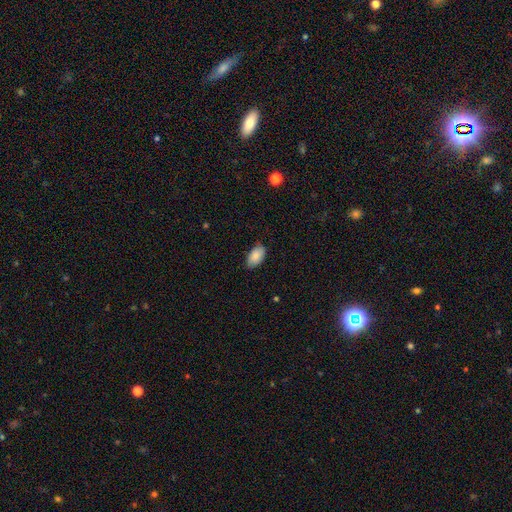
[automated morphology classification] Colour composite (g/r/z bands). It shows a smooth galaxy with no disk features (87%) that is in between round and cigar-shaped (95%). Merging: none (79%).